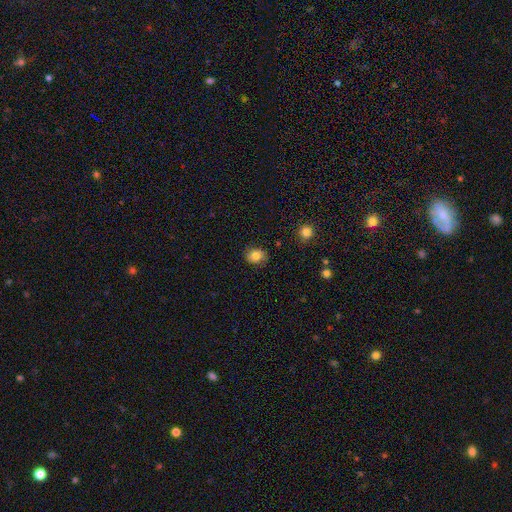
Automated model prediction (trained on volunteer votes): A smooth galaxy with no disk features (82%) that is round (56%).

Vote fractions:
- Smooth or featured? smooth: 82% / star or artifact: 10% / featured or disk: 9%
- How rounded? round: 56% / in between: 43% / cigar-shaped: 1%
- Merging? none: 82% / minor disturbance: 13% / major disturbance: 3% / merger: 1%